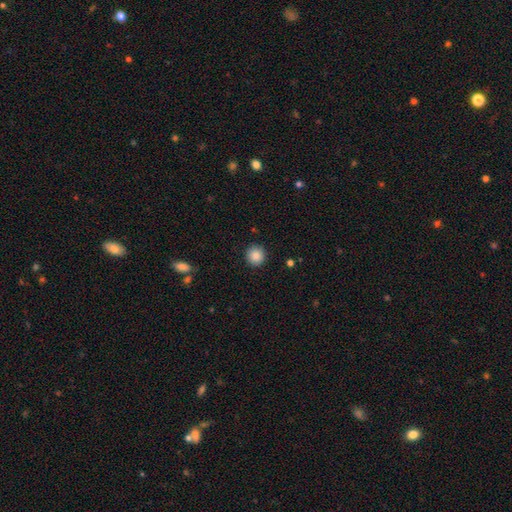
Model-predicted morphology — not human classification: The model was most divided on "smooth or featured": smooth: 87%, star or artifact: 9%, featured or disk: 4%. More confident: how rounded — round (93%); merging — none (91%).